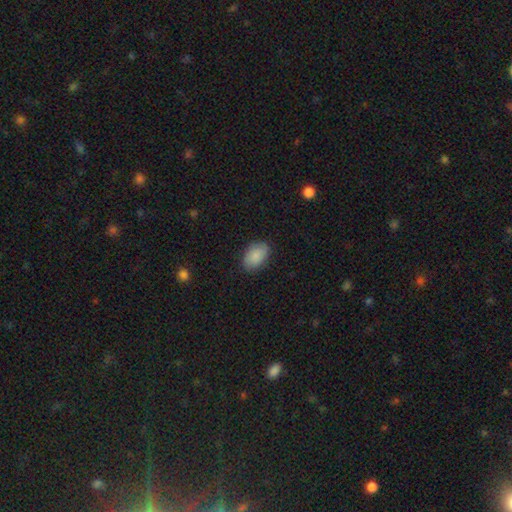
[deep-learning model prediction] smooth 86%, featured or disk 7%, star or artifact 7%. Down the decision tree: how rounded — in between (90%); merging — none (84%).